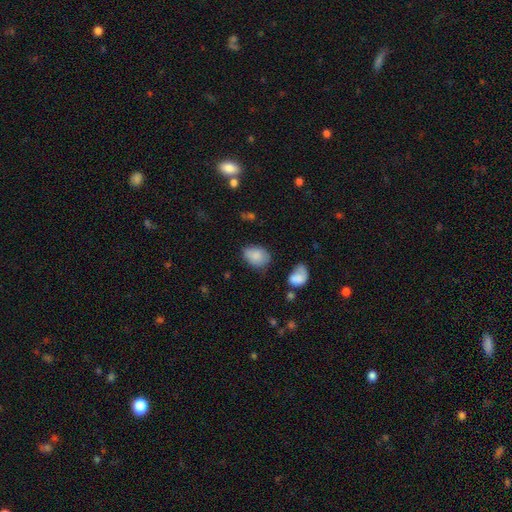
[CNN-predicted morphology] smooth-or-featured: smooth: 84% | featured or disk: 8% | star or artifact: 8%
  how-rounded: in between: 73% | round: 26% | cigar-shaped: 1%
  merging: none: 62% | minor disturbance: 27% | major disturbance: 7% | merger: 4%